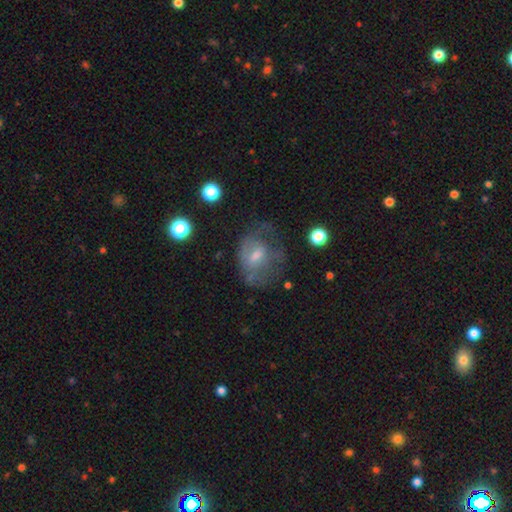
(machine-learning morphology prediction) featured or disk 47%, smooth 41%, star or artifact 12%. Down the decision tree: merging — none (42%).